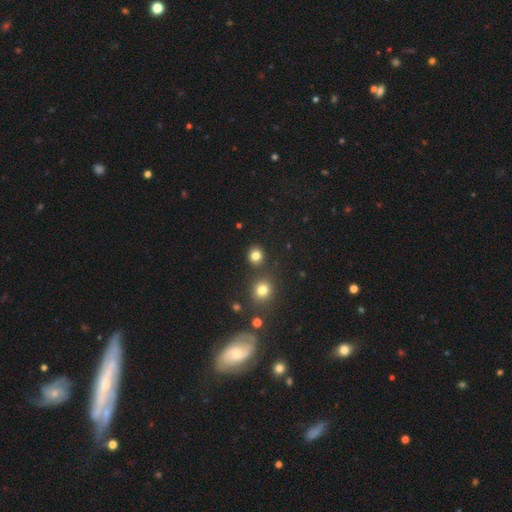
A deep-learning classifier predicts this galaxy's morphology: smooth-or-featured: smooth: 80% | star or artifact: 15% | featured or disk: 5%
  how-rounded: round: 85% | in between: 14% | cigar-shaped: 1%
  merging: none: 83% | merger: 7% | minor disturbance: 7% | major disturbance: 3%